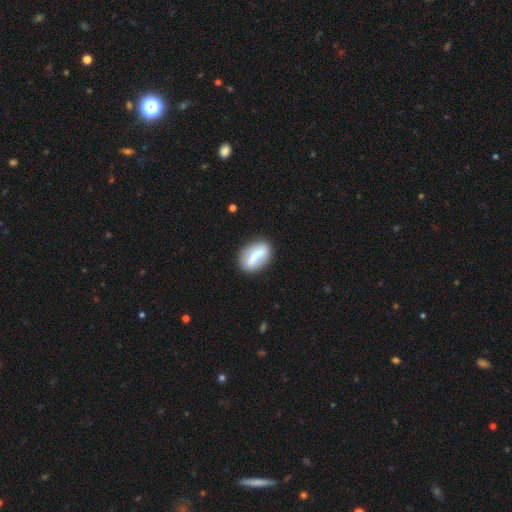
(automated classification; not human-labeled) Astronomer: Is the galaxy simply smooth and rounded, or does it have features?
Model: smooth — 49% (runner-up: featured or disk, 44%).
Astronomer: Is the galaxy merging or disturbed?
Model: none — 81%.